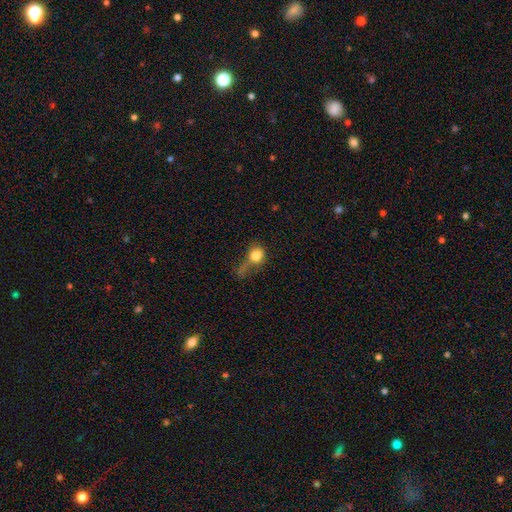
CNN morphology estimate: Q: Smooth or featured?
A: smooth (79%); runner-up: star or artifact (11%)
Q: How rounded?
A: round (70%); runner-up: in between (28%)
Q: Merging?
A: major disturbance (33%); runner-up: none (29%)